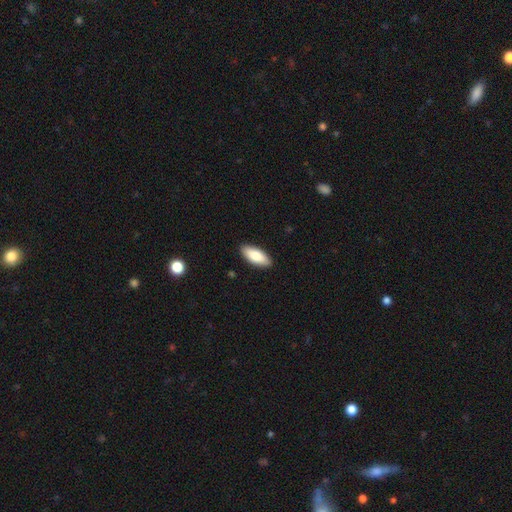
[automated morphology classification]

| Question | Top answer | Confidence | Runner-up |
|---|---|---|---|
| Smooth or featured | smooth | 83% | featured or disk (12%) |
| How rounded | in between | 84% | cigar-shaped (14%) |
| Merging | none | 90% | minor disturbance (8%) |